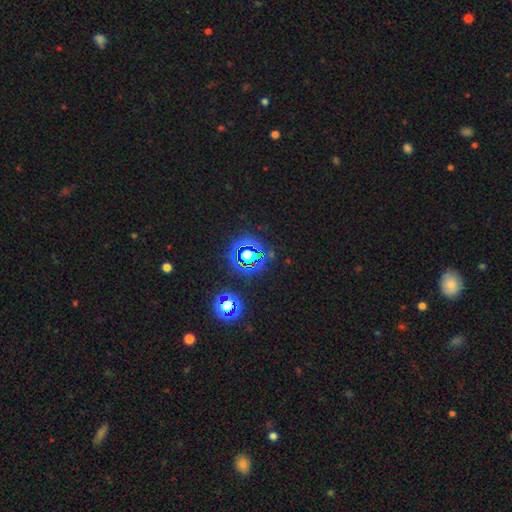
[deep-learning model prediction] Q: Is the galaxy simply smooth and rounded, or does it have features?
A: star or artifact — 77%.